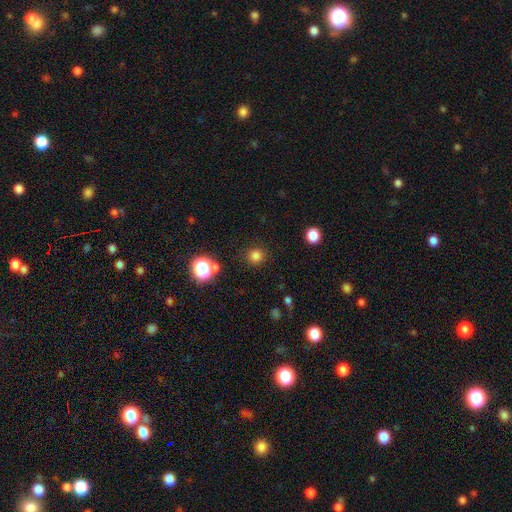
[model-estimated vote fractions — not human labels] Smooth or featured: smooth — 79% (star or artifact — 17%)
How rounded: round — 94% (in between — 5%)
Merging: none — 89% (minor disturbance — 6%)